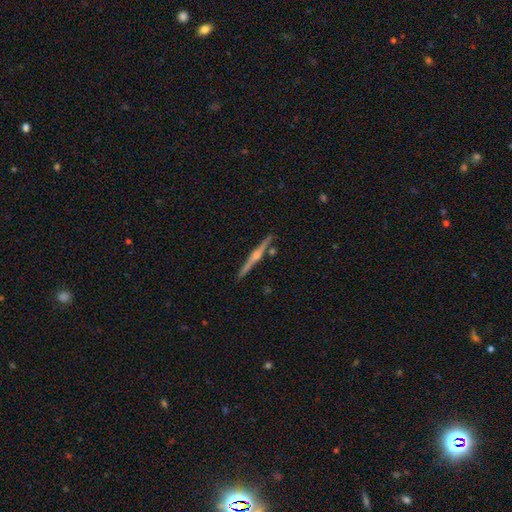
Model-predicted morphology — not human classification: A featured or disk galaxy (77%) viewed edge-on (98%) with a rounded central bulge (75%).

Vote fractions:
- Smooth or featured? featured or disk: 77% / smooth: 17% / star or artifact: 6%
- Edge-on disk? yes: 98% / no: 2%
- Edge-on bulge? rounded: 75% / boxy: 13% / none: 12%
- Merging? none: 89% / minor disturbance: 7% / merger: 3% / major disturbance: 2%